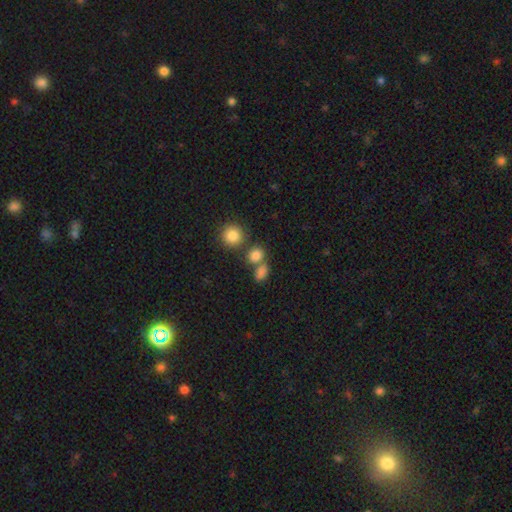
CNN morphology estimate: Smooth or featured: smooth — 82% (star or artifact — 12%)
How rounded: round — 51% (in between — 47%)
Merging: none — 51% (merger — 34%)